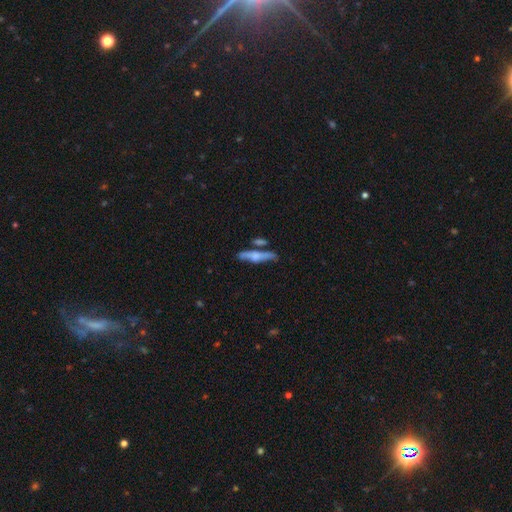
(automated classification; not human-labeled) Smooth or featured: smooth — 50% (featured or disk — 43%)
How rounded: cigar-shaped — 79% (in between — 17%)
Merging: none — 60% (minor disturbance — 18%)